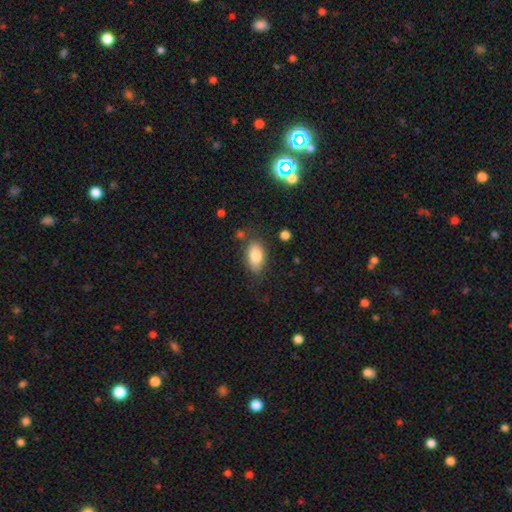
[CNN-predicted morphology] A smooth galaxy with no disk features (81%) that is in between round and cigar-shaped (90%). Merging: none (76%).